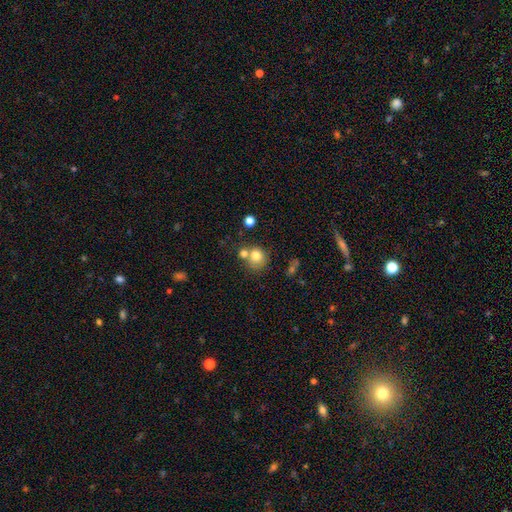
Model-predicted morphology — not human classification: smooth 76%, featured or disk 13%, star or artifact 12%. Down the decision tree: how rounded — round (83%); merging — none (51%).